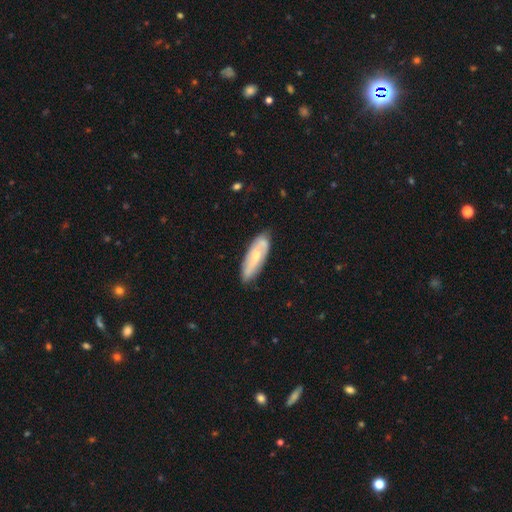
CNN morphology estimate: The model was most divided on "smooth or featured" (2-way tie): smooth: 47%, featured or disk: 47%, star or artifact: 6%. More confident: merging — none (77%).